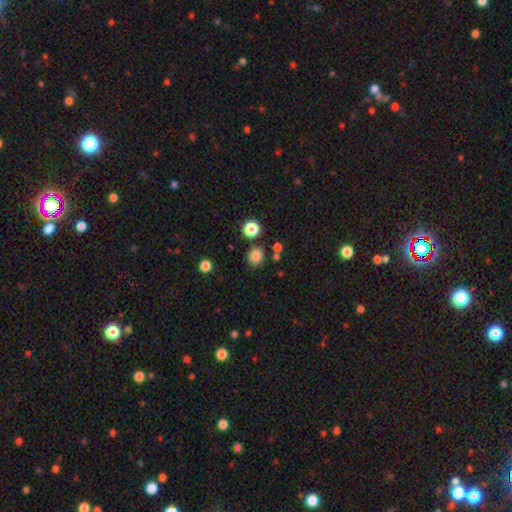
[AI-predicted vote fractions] This appears to be a smooth galaxy with no disk features (83%) that is round (86%). Merging: none (82%).